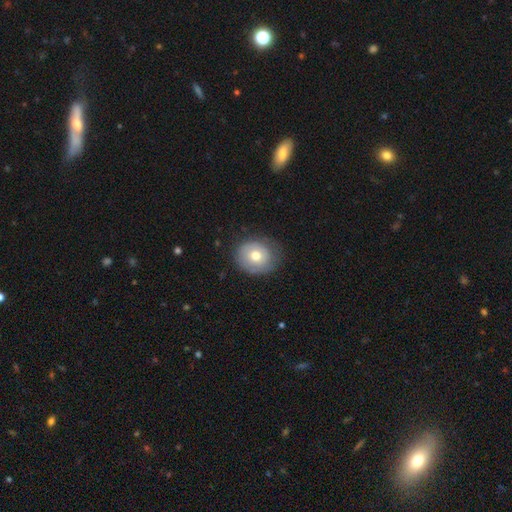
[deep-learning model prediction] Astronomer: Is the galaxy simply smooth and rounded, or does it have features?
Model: smooth — 63%.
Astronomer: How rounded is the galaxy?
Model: round — 73%.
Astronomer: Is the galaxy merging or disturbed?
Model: none — 72%.